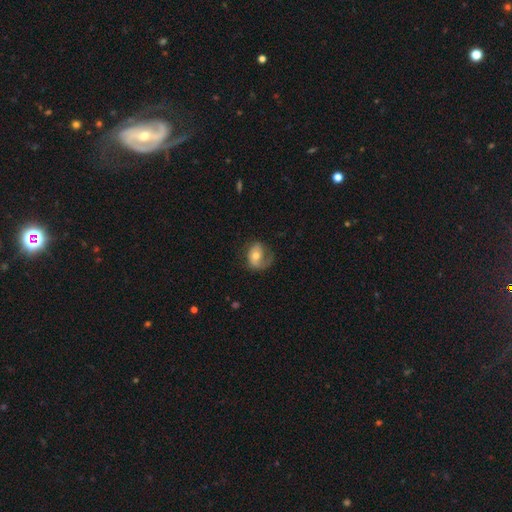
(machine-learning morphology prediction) A featured or disk galaxy (53%) with no bar (69%), spiral arms (79%) and a moderate central bulge (65%).

Vote fractions:
- Smooth or featured? featured or disk: 53% / smooth: 40% / star or artifact: 7%
- Edge-on disk? no: 96% / yes: 4%
- Bar? no: 69% / weak: 24% / strong: 7%
- Spiral arms? yes: 79% / no: 21%
- Bulge size? moderate: 65% / small: 25% / large: 7% / none: 2% / dominant: 1%
- Merging? none: 44% / major disturbance: 29% / minor disturbance: 25% / merger: 2%